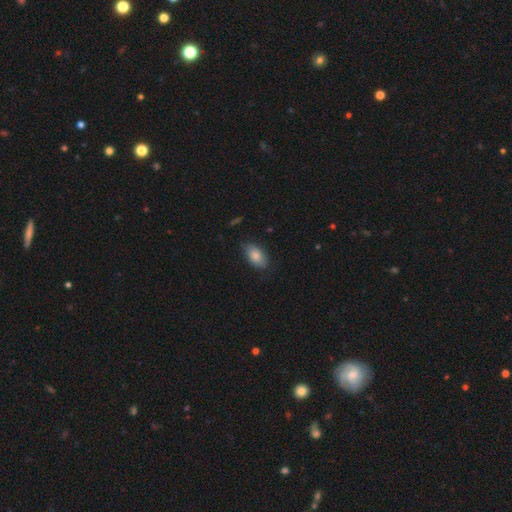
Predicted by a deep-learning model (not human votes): Smooth or featured? Predicted: smooth (p=0.84). How rounded? Predicted: in between (p=0.93). Merging? Predicted: none (p=0.78).